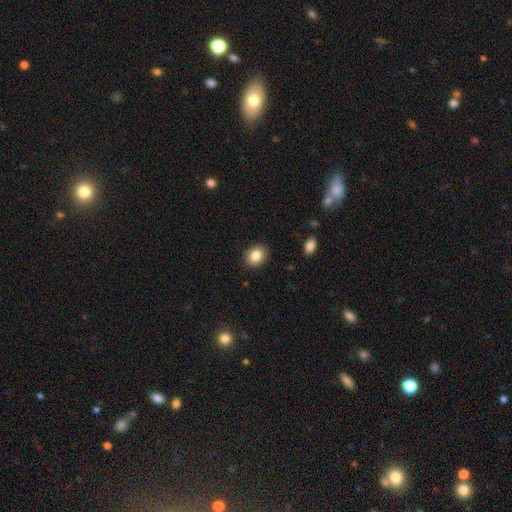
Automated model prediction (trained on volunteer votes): Smooth or featured? smooth (85%)
How rounded? in between (50%)
Merging? none (90%)